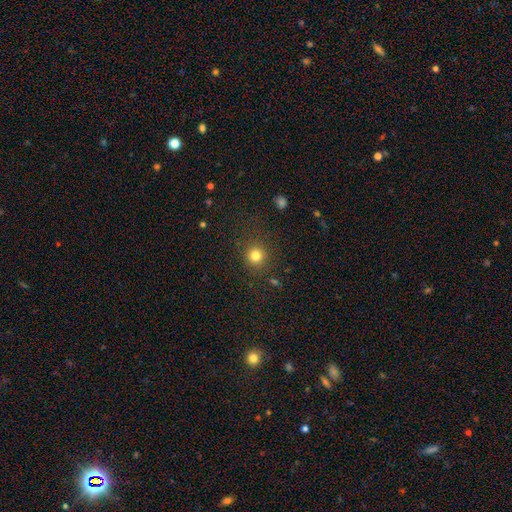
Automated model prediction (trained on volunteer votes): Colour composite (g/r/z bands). It shows a smooth galaxy with no disk features (81%) that is round (91%). Merging: none (86%).